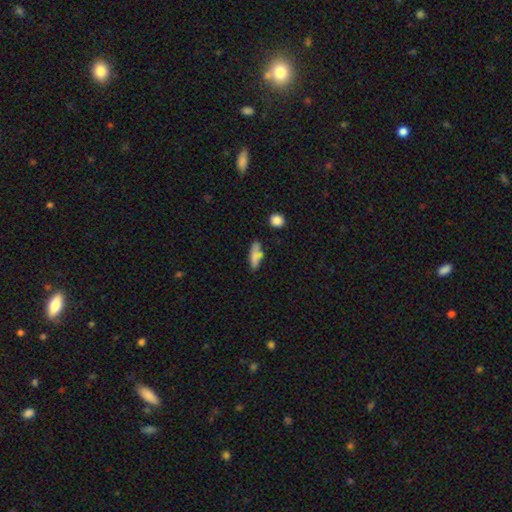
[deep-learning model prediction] Overall: smooth (75%). How rounded: cigar-shaped (50%; in between 47%). Merging: none (60%; minor disturbance 22%).